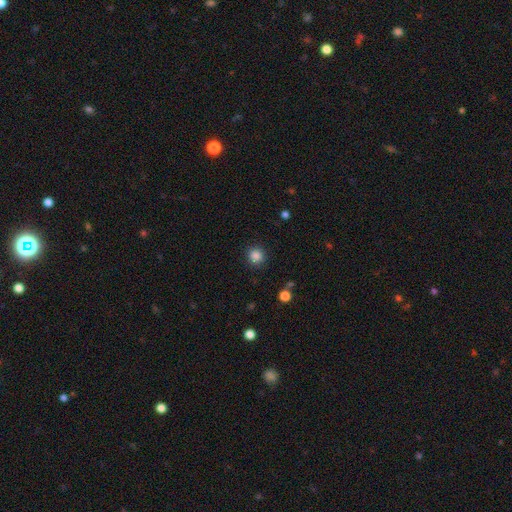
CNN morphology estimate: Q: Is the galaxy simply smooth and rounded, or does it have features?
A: smooth — 85%.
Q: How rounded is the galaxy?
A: round — 93%.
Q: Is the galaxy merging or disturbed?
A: none — 90%.